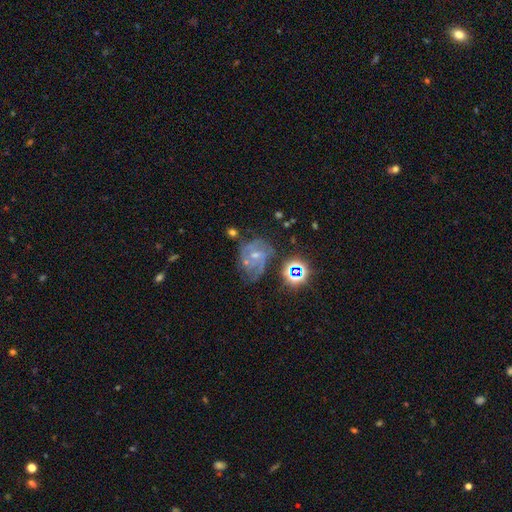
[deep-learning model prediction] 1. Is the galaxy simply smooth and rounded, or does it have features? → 64% featured or disk, 19% star or artifact, 18% smooth.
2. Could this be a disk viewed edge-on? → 97% no, 3% yes.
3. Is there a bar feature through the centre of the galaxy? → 56% no, 36% weak, 9% strong.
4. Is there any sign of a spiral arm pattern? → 82% yes, 18% no.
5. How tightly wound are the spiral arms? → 44% medium, 40% tight, 16% loose.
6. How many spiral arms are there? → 34% can't tell, 27% 2, 22% 3, 6% 4, 6% 1, 4% more than 4.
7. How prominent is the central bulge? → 50% small, 40% moderate, 6% none, 2% large, 1% dominant.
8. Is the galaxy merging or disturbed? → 44% none, 24% minor disturbance, 22% major disturbance, 10% merger.